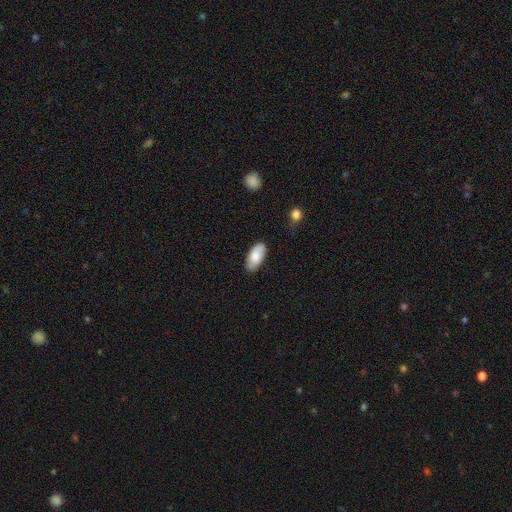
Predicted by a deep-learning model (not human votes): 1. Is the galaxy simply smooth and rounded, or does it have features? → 82% smooth, 12% featured or disk, 6% star or artifact.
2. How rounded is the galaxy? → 92% in between, 6% cigar-shaped, 2% round.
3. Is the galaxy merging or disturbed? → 81% none, 15% minor disturbance, 3% major disturbance, 1% merger.